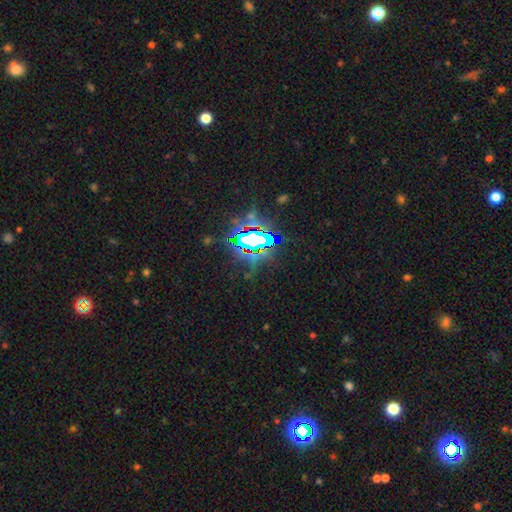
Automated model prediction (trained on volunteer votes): A star or artifact, not a galaxy (78%).

Vote fractions:
- Smooth or featured? star or artifact: 78% / featured or disk: 11% / smooth: 11%